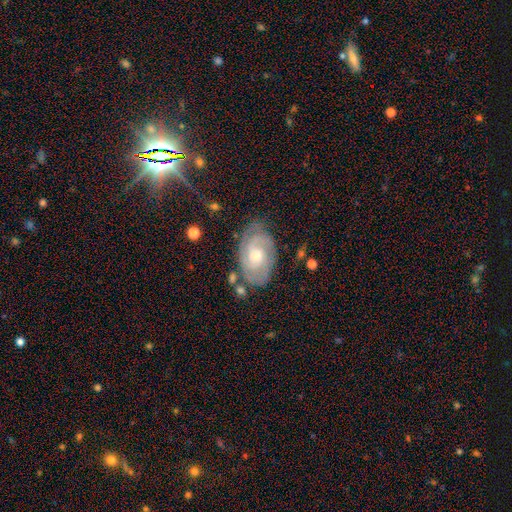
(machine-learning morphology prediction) This is clearly a featured or disk galaxy (80%). It is clearly not viewed edge-on (96%). Bar: likely no (63%). Spiral arm pattern: clearly yes (95%). Spiral arm count: possibly 2 (46%). Spiral winding: likely tight (65%). Central bulge: possibly moderate (60%). Merging: likely none (74%).